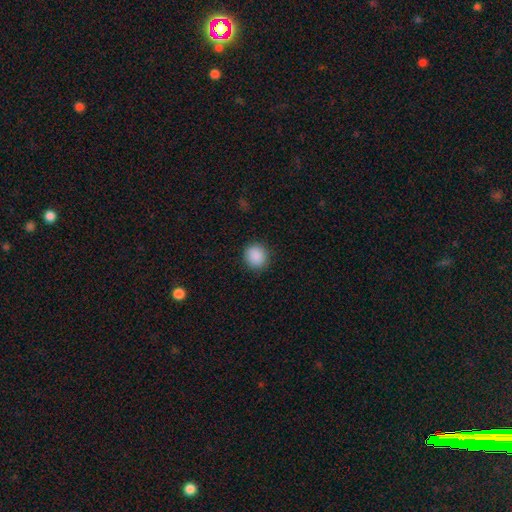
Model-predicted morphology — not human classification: The model was most divided on "how rounded": round: 87%, in between: 12%, cigar-shaped: 1%. More confident: merging — none (90%); smooth or featured — smooth (89%).